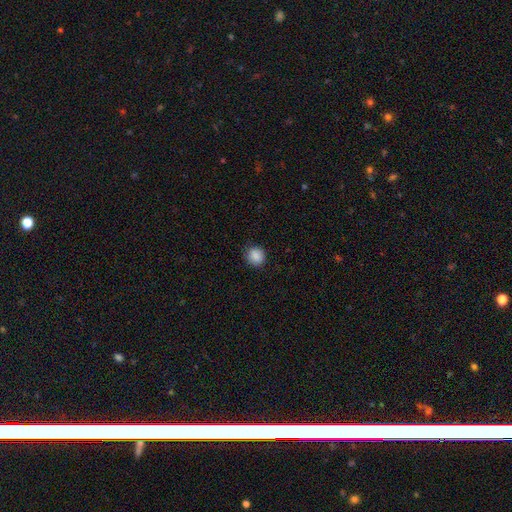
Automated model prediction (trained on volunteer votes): This is clearly a smooth galaxy (88%). How rounded: clearly round (87%). Merging: clearly none (86%).